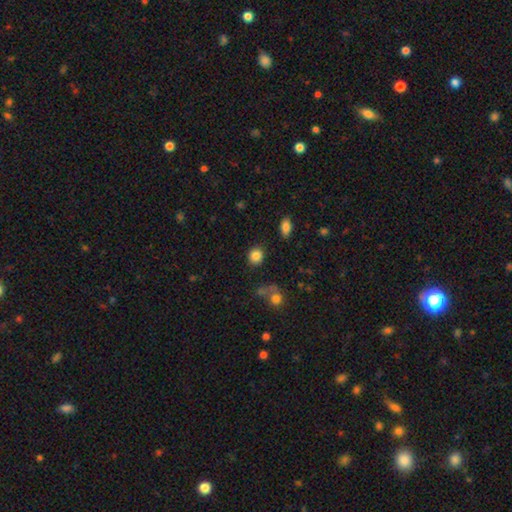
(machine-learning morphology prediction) This is clearly a smooth galaxy (86%). How rounded: clearly round (80%). Merging: clearly none (84%).